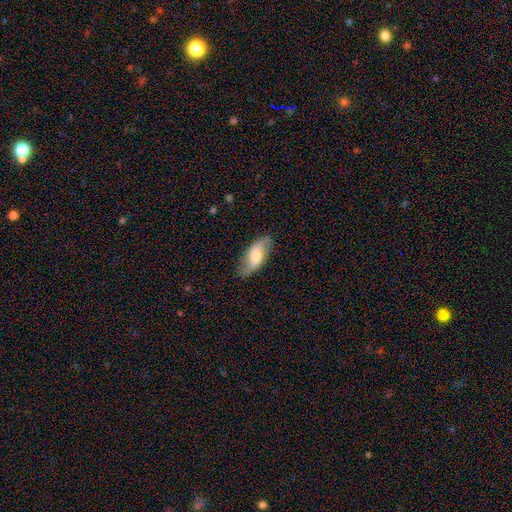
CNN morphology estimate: Smooth or featured: smooth — 48% (featured or disk — 46%)
Merging: none — 81% (minor disturbance — 14%)